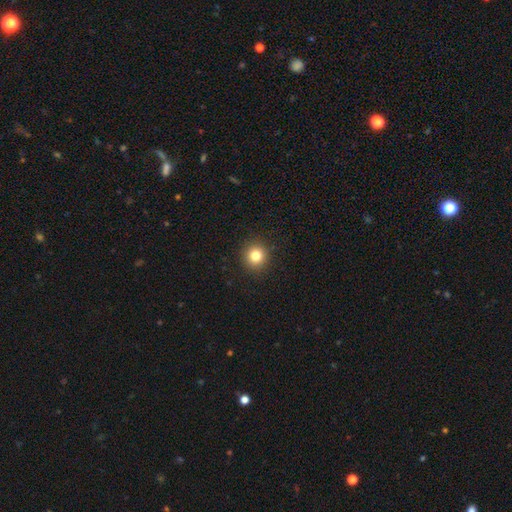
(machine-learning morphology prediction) This appears to be a smooth galaxy with no disk features (81%) that is round (93%). Merging: none (92%).